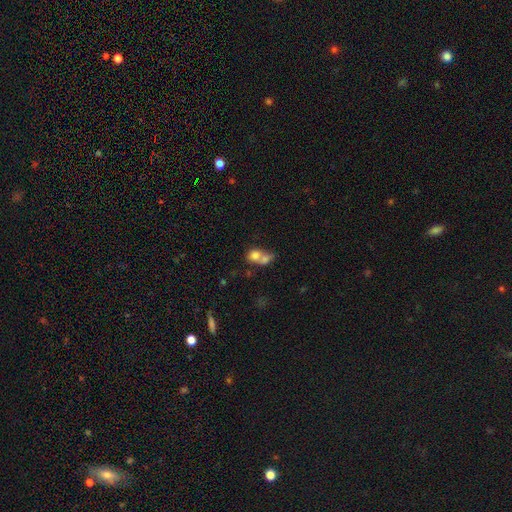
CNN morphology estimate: This appears to be a smooth galaxy with no disk features (72%) that is round (55%). Merging: merger (69%).